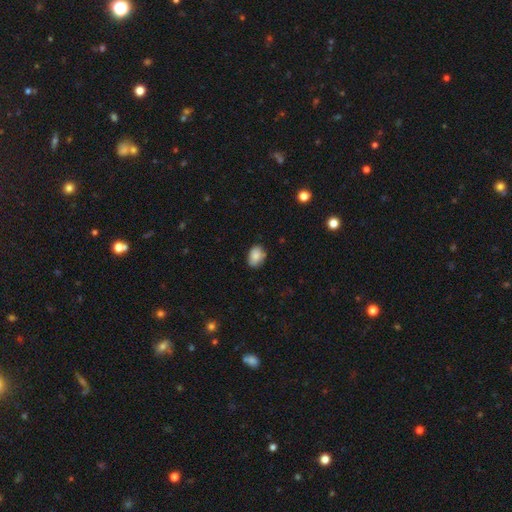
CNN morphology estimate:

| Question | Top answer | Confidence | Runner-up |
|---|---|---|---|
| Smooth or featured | smooth | 84% | featured or disk (8%) |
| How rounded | in between | 75% | round (24%) |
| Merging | none | 72% | minor disturbance (23%) |